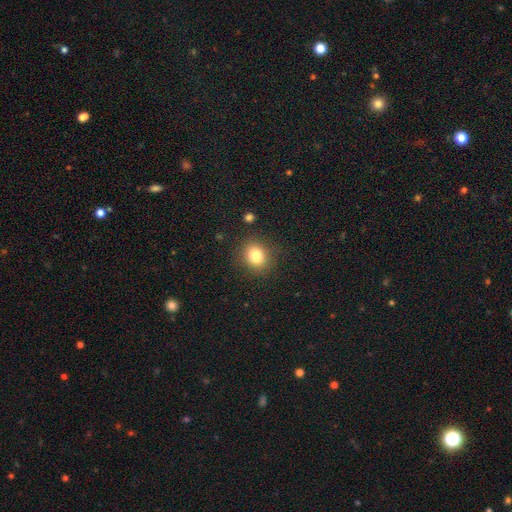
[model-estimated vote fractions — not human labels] A smooth galaxy with no disk features (81%) that is round (75%). Merging: none (87%).